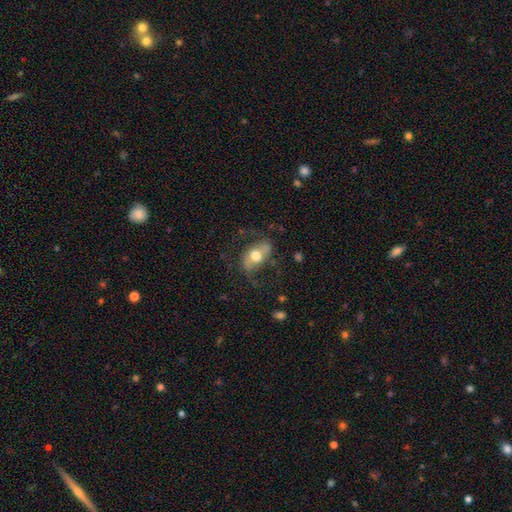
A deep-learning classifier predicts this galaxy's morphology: Smooth or featured?
  - featured or disk: 51% *
  - smooth: 42%
  - star or artifact: 7%
Edge-on disk?
  - no: 90% *
  - yes: 10%
Merging?
  - none: 60% *
  - minor disturbance: 22%
  - major disturbance: 16%
  - merger: 2%